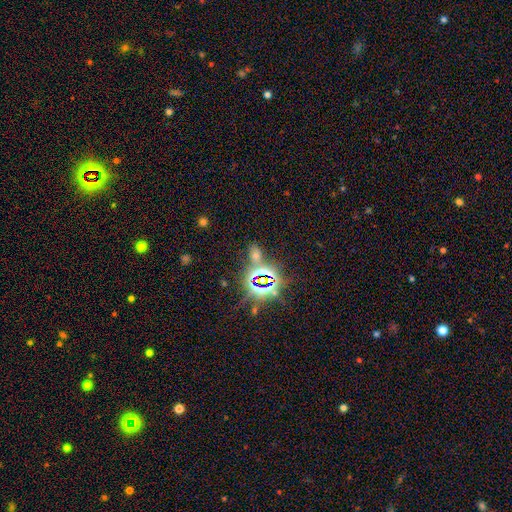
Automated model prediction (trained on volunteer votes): The model was most divided on "smooth or featured": star or artifact: 63%, smooth: 29%, featured or disk: 8%.